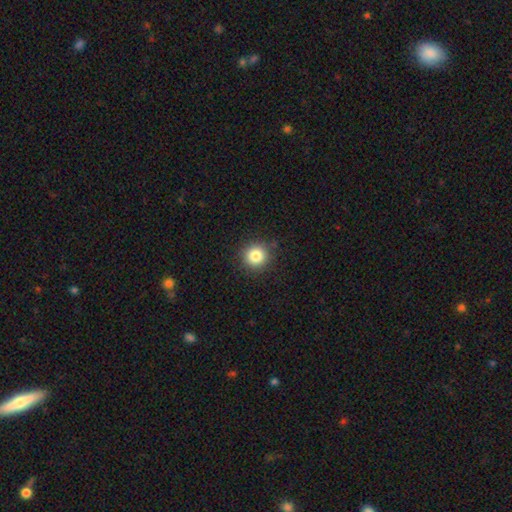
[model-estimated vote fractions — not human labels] Overall: smooth (84%). How rounded: round (94%). Merging: none (89%).